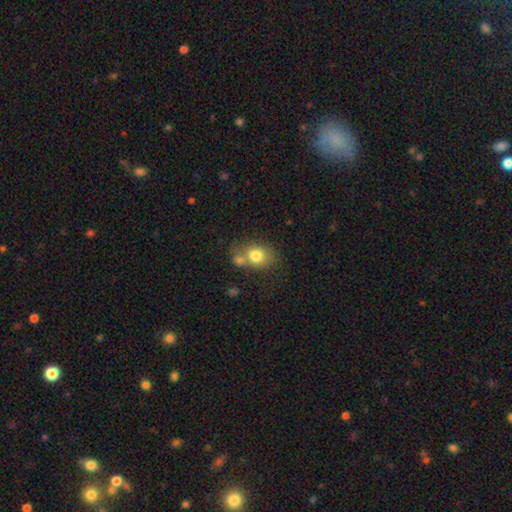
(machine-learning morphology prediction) This is likely a smooth galaxy (78%). How rounded: possibly round (55%). Merging: marginally none (43%).